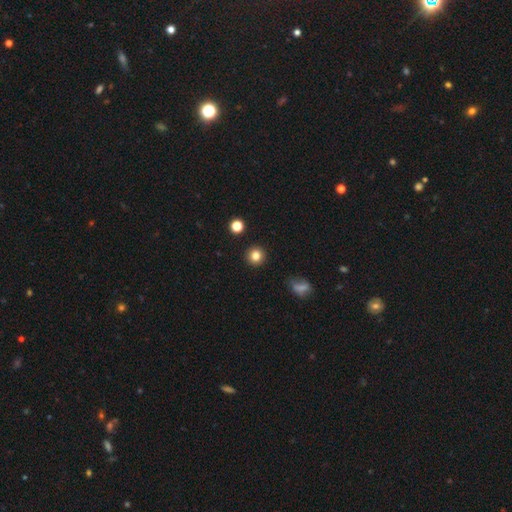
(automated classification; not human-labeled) Smooth or featured? Predicted: smooth (p=0.83). How rounded? Predicted: round (p=0.94). Merging? Predicted: none (p=0.92).